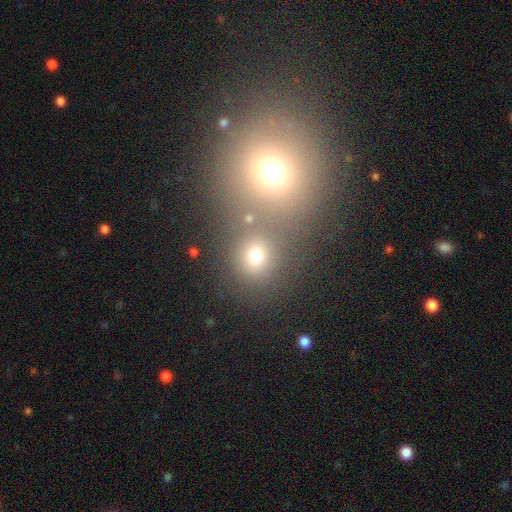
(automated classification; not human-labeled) Smooth or featured? Predicted: smooth (p=0.70). How rounded? Predicted: round (p=0.80). Merging? Predicted: none (p=0.63).